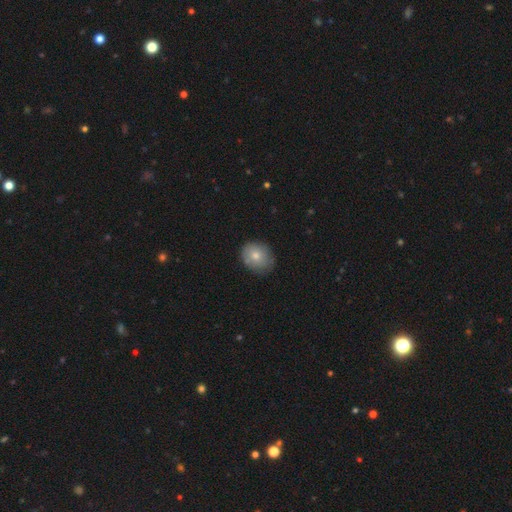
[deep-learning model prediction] Q: Smooth or featured?
A: smooth (77%); runner-up: featured or disk (15%)
Q: How rounded?
A: round (62%); runner-up: in between (37%)
Q: Merging?
A: none (75%); runner-up: minor disturbance (20%)